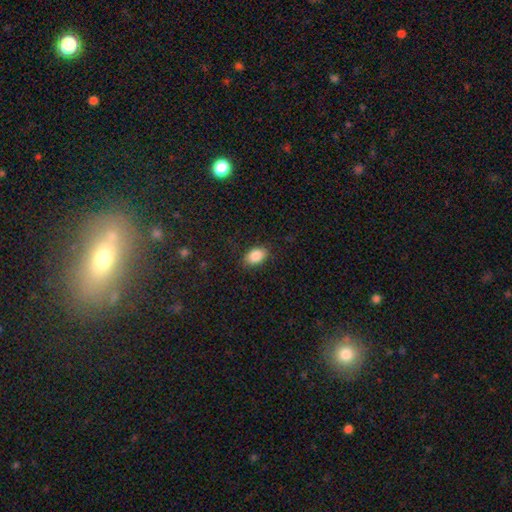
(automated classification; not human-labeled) The model was most divided on "merging": none: 84%, minor disturbance: 11%, major disturbance: 3%, merger: 1%. More confident: smooth or featured — smooth (87%); how rounded — in between (86%).